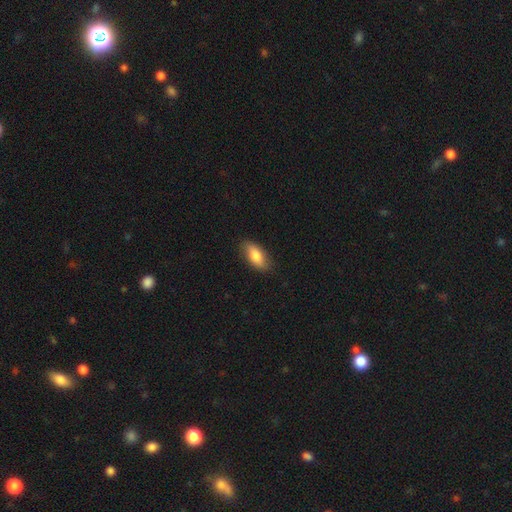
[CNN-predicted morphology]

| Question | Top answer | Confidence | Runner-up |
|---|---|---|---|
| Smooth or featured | smooth | 77% | featured or disk (17%) |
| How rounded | in between | 86% | cigar-shaped (11%) |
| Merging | none | 83% | minor disturbance (14%) |